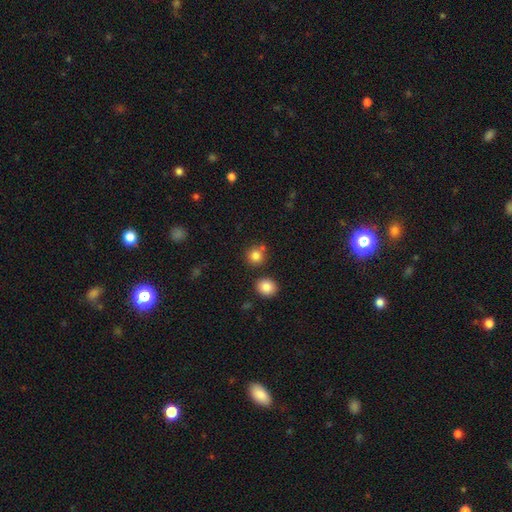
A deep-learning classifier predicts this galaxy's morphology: smooth 82%, star or artifact 11%, featured or disk 6%. Down the decision tree: how rounded — round (91%); merging — none (76%).